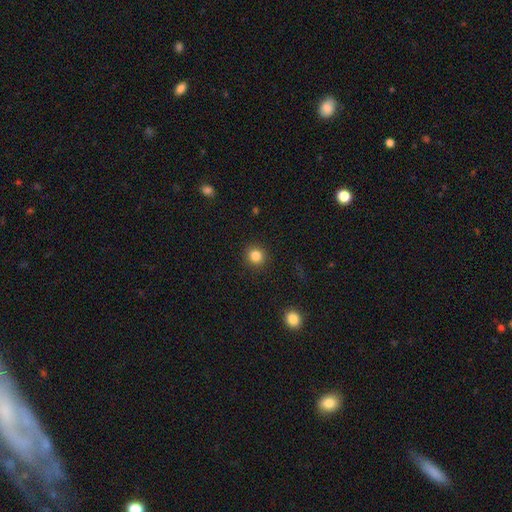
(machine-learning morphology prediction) The model was most divided on "smooth or featured": smooth: 84%, star or artifact: 11%, featured or disk: 5%. More confident: merging — none (91%); how rounded — round (90%).